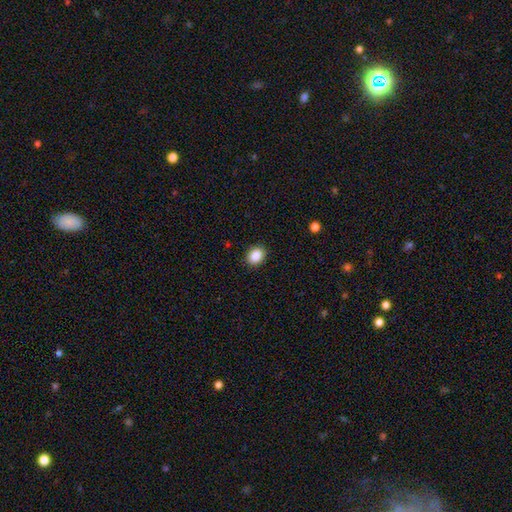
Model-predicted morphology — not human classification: Smooth or featured: smooth — 88% (star or artifact — 9%)
How rounded: in between — 57% (round — 42%)
Merging: none — 90% (minor disturbance — 7%)